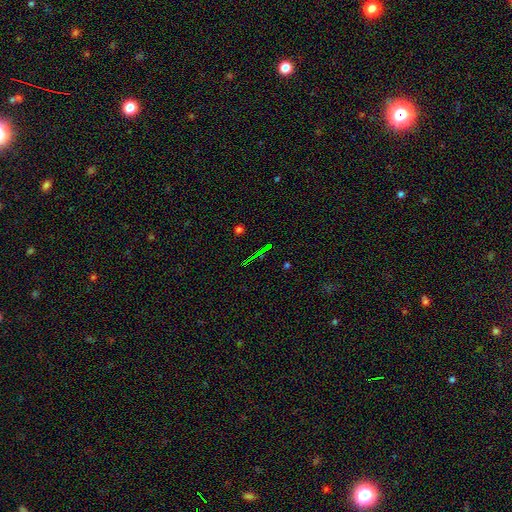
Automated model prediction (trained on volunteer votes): A star or artifact, not a galaxy (60%).